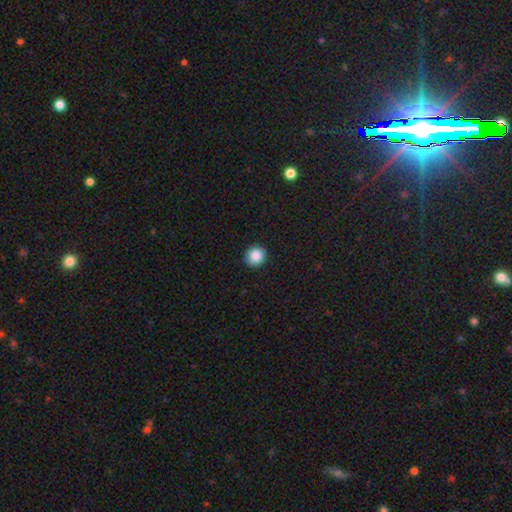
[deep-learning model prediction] The model was most divided on "smooth or featured": smooth: 87%, star or artifact: 9%, featured or disk: 4%. More confident: merging — none (92%); how rounded — round (90%).